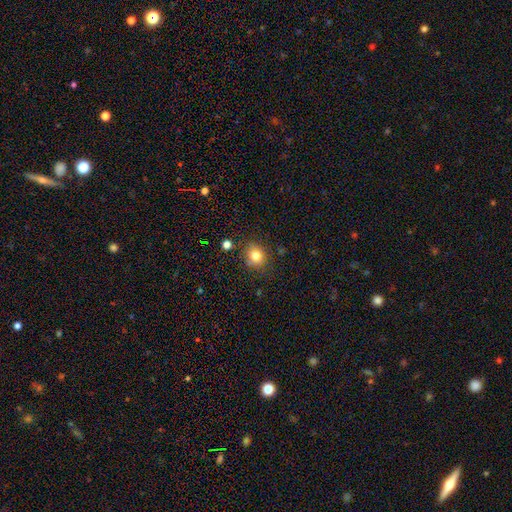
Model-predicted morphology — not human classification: Smooth or featured: smooth — 81% (star or artifact — 12%)
How rounded: round — 76% (in between — 23%)
Merging: none — 77% (minor disturbance — 15%)